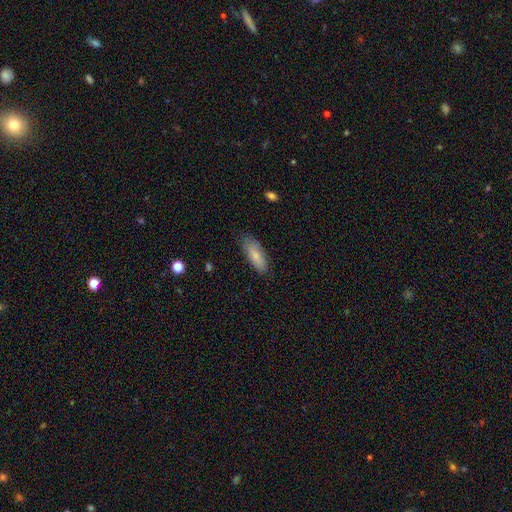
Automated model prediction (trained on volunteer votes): A smooth galaxy with no disk features (79%) that is in between round and cigar-shaped (64%). Merging: none (78%).